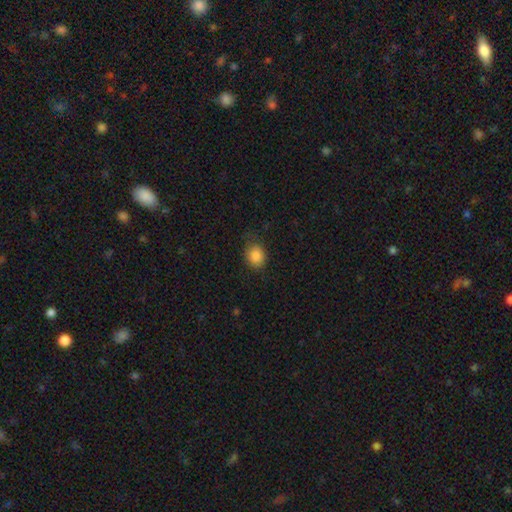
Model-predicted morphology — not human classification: Smooth or featured? Predicted: smooth (p=0.87). How rounded? Predicted: round (p=0.61). Merging? Predicted: none (p=0.77).